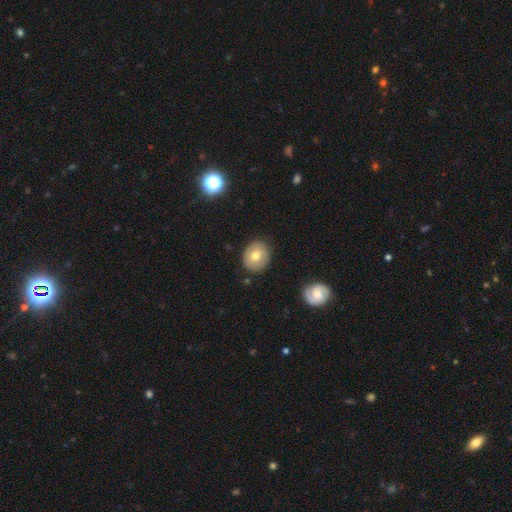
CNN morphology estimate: This is likely a smooth galaxy (69%). How rounded: likely round (71%). Merging: clearly none (86%).